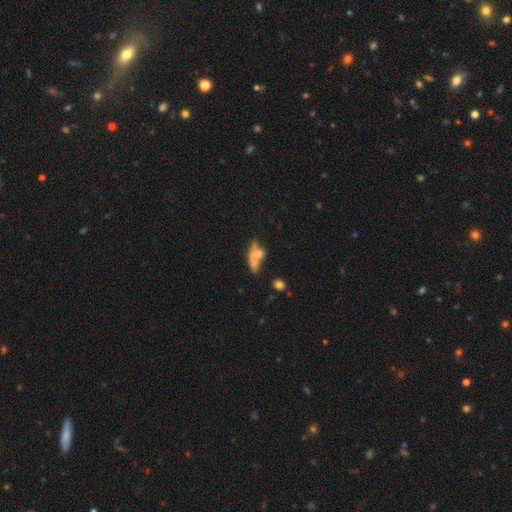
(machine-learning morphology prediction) This is possibly a smooth galaxy (55%). How rounded: likely in between (61%). Merging: marginally none (30%).